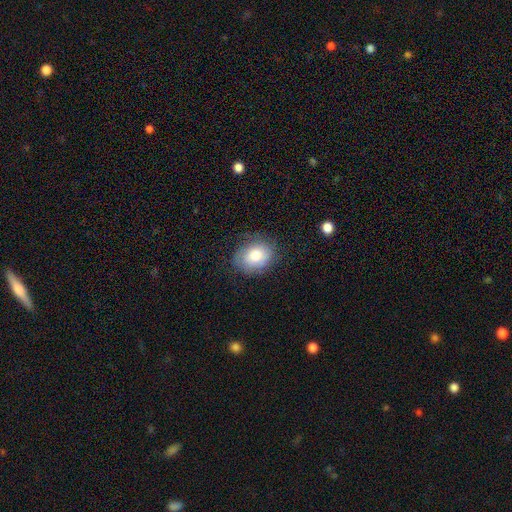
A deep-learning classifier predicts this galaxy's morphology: This appears to be a smooth galaxy with no disk features (72%) that is in between round and cigar-shaped (58%). Merging: none (73%).